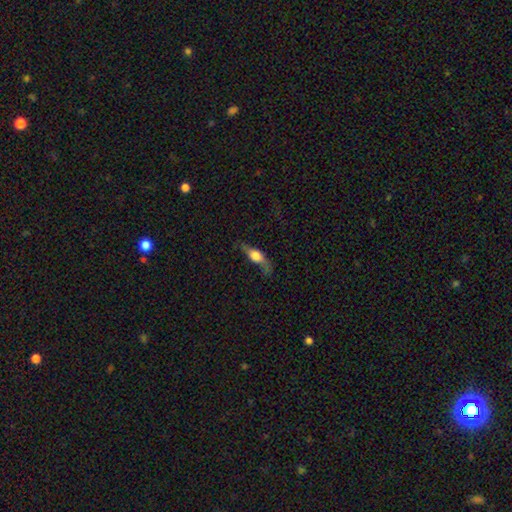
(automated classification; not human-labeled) smooth_or_featured: smooth (p=0.47) [alt: featured or disk p=0.45]
merging: none (p=0.50) [alt: minor disturbance p=0.26]